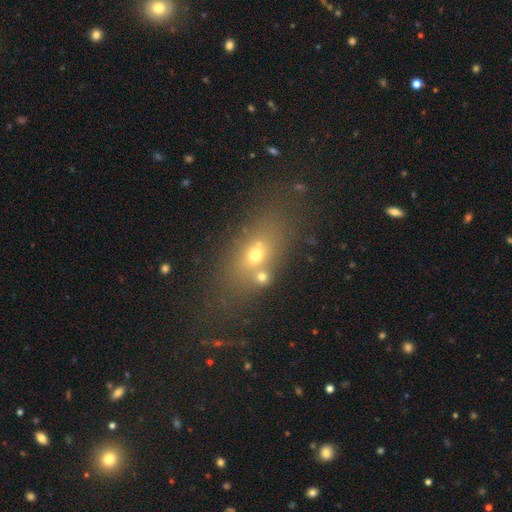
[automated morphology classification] Smooth or featured: smooth — 53% (featured or disk — 26%)
How rounded: in between — 62% (round — 23%)
Merging: none — 59% (merger — 21%)